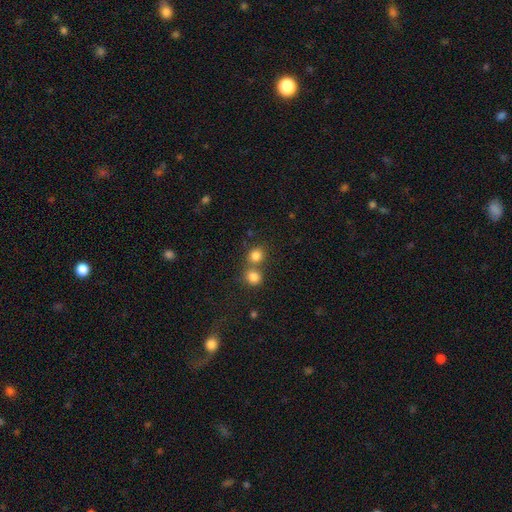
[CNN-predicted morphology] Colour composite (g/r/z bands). It shows a smooth galaxy with no disk features (82%) that is round (81%). Merging: none (54%).